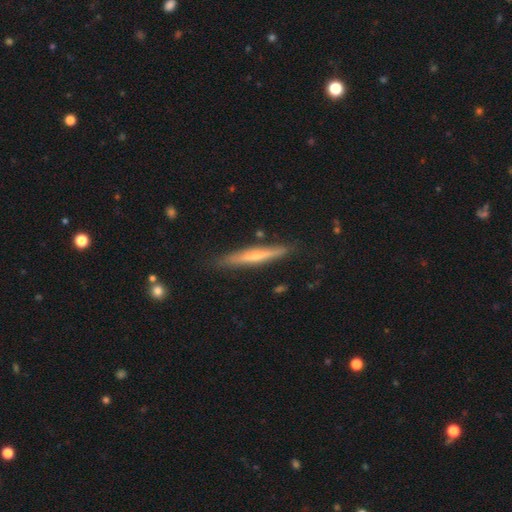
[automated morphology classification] Overall: featured or disk (57%; smooth 36%). Edge-on disk: yes (94%). Edge-on bulge: rounded (61%; none 34%). Merging: none (85%).